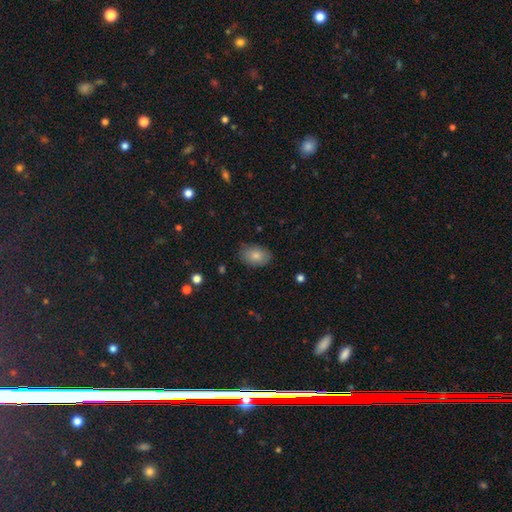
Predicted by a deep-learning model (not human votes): smooth_or_featured: smooth (p=0.83) [alt: featured or disk p=0.10]
how_rounded: in between (p=0.84) [alt: round p=0.15]
merging: none (p=0.81) [alt: minor disturbance p=0.15]